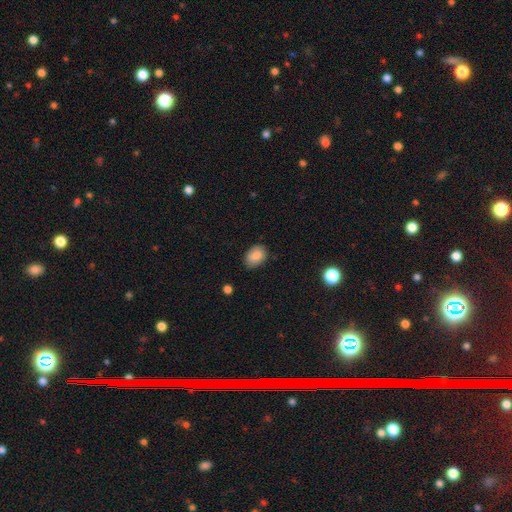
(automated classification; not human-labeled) A smooth galaxy with no disk features (85%) that is in between round and cigar-shaped (79%).

Vote fractions:
- Smooth or featured? smooth: 85% / star or artifact: 8% / featured or disk: 7%
- How rounded? in between: 79% / round: 19% / cigar-shaped: 1%
- Merging? none: 80% / minor disturbance: 16% / major disturbance: 3% / merger: 1%